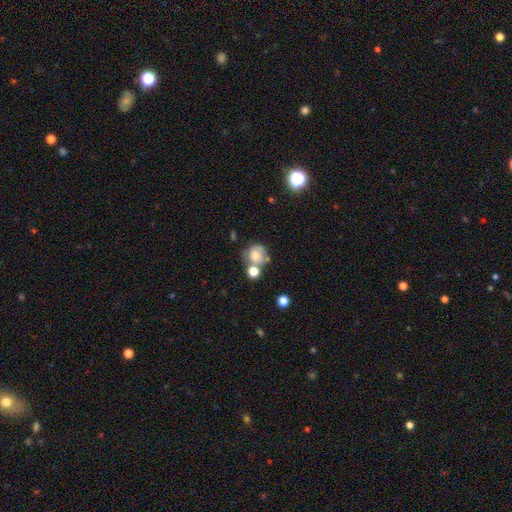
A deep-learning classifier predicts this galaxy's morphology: Q: Smooth or featured?
A: smooth (63%); runner-up: featured or disk (27%)
Q: How rounded?
A: round (80%); runner-up: in between (19%)
Q: Merging?
A: none (40%); runner-up: merger (33%)